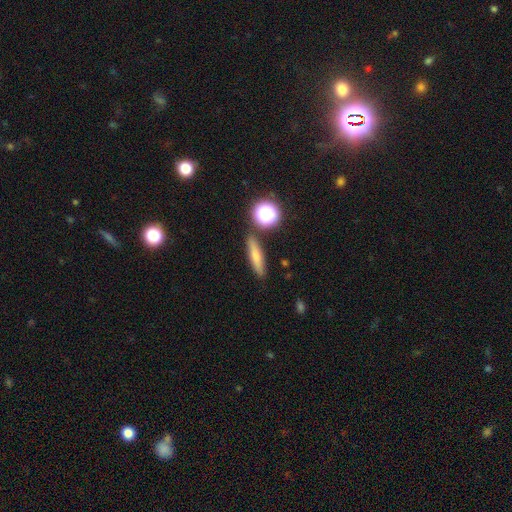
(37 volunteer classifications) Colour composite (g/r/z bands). It shows a smooth galaxy with no disk features (73%) that is cigar-shaped (85%). Merging: none (82%).